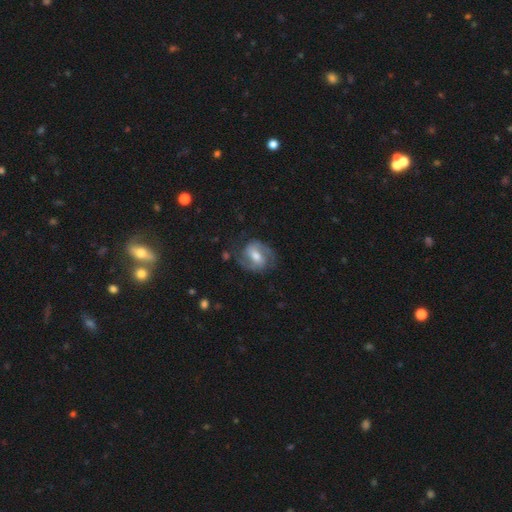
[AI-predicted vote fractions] Morphology: type=featured or disk (77%); edge-on=no (97%); bar=weak (47%); spiral arms=yes (93%); winding=medium (52%); arm count=2 (89%); bulge=moderate (64%); merging=none (72%).